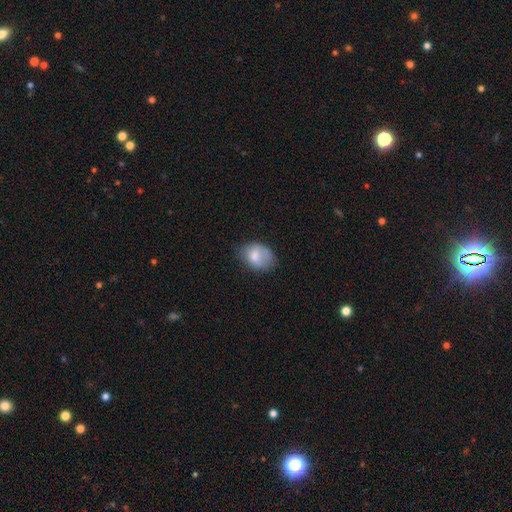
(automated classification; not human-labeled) smooth 73%, featured or disk 19%, star or artifact 8%. Down the decision tree: how rounded — in between (77%); merging — none (51%).